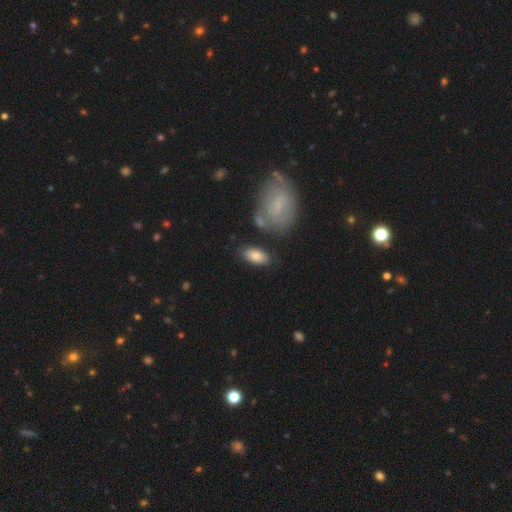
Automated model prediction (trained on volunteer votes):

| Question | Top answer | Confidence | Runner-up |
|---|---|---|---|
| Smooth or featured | smooth | 79% | featured or disk (14%) |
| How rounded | in between | 92% | round (4%) |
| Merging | none | 75% | minor disturbance (13%) |